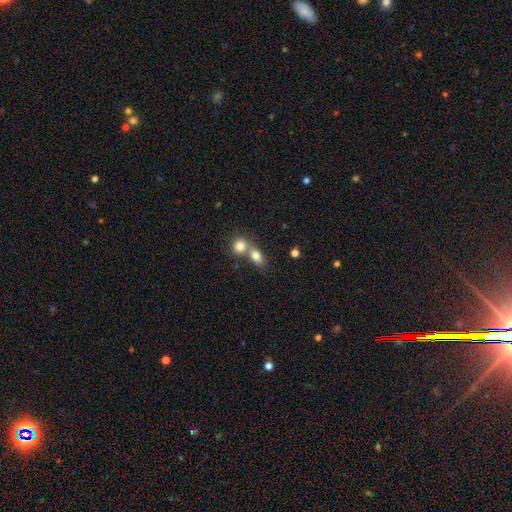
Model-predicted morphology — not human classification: Smooth or featured? smooth (80%)
How rounded? in between (66%)
Merging? merger (57%)